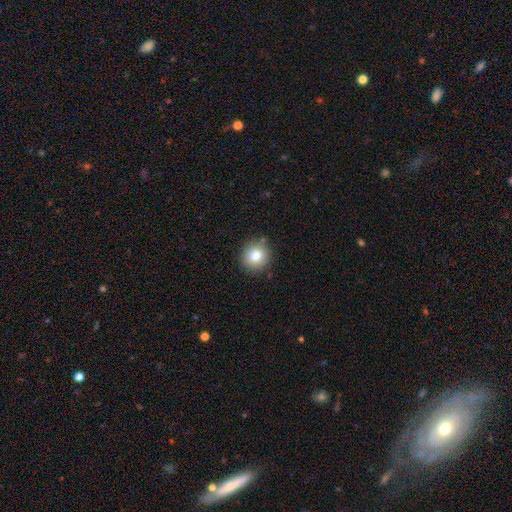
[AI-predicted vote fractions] This is clearly a smooth galaxy (81%). How rounded: clearly round (91%). Merging: clearly none (85%).